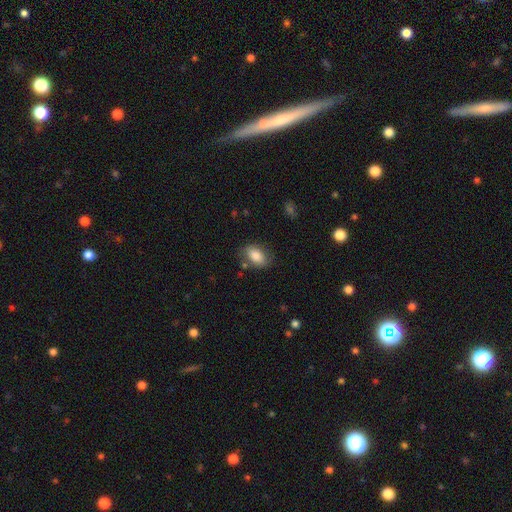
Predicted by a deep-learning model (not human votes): A smooth galaxy with no disk features (83%) that is in between round and cigar-shaped (87%). Merging: none (73%).